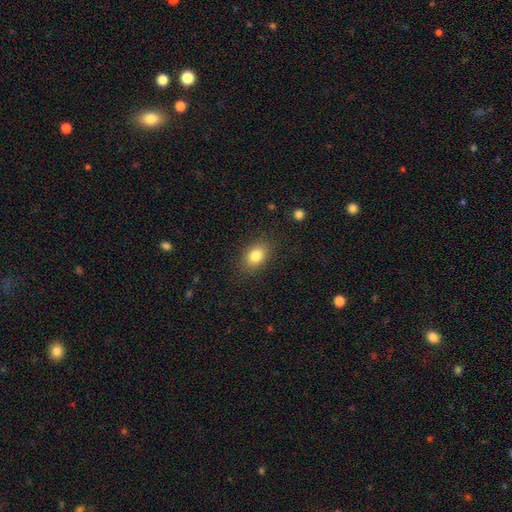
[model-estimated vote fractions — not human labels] Smooth or featured? smooth (82%)
How rounded? in between (73%)
Merging? none (85%)